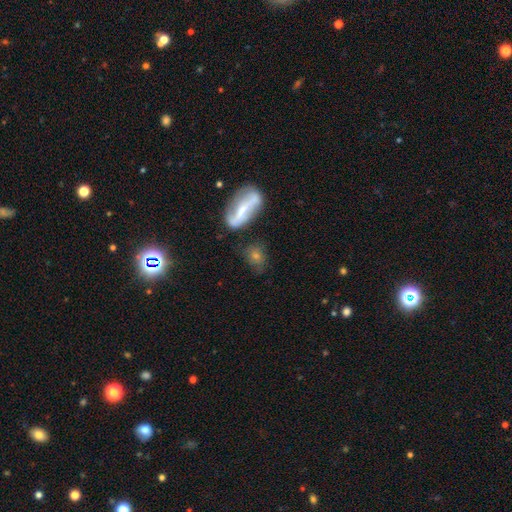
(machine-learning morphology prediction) smooth-or-featured: smooth: 47% | featured or disk: 36% | star or artifact: 17%
  merging: none: 61% | minor disturbance: 19% | major disturbance: 11% | merger: 8%